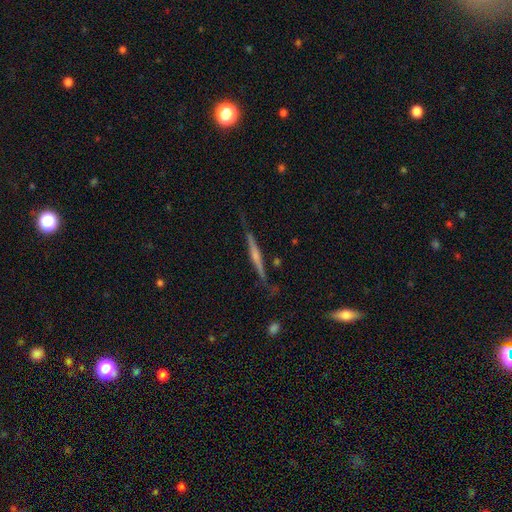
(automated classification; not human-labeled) This appears to be a featured or disk galaxy (73%) viewed edge-on (97%) with a rounded central bulge (59%). Merging: none (81%).